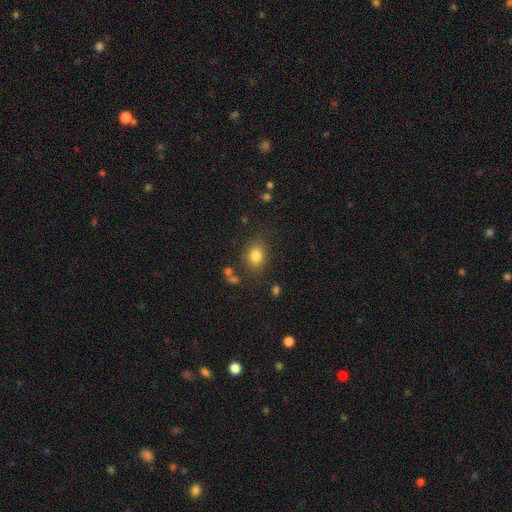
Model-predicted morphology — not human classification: Smooth or featured? Predicted: smooth (p=0.82). How rounded? Predicted: in between (p=0.58). Merging? Predicted: none (p=0.77).